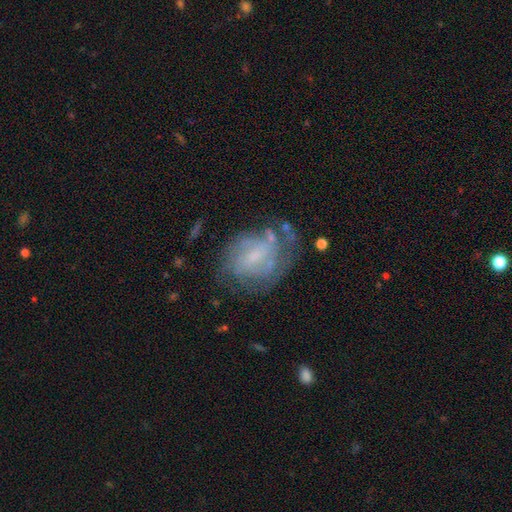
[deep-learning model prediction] Smooth or featured: featured or disk — 69% (smooth — 22%)
Edge-on disk: no — 97% (yes — 3%)
Bar: weak — 48% (no — 42%)
Spiral arms: yes — 77% (no — 23%)
Spiral winding: tight — 50% (medium — 35%)
Spiral arm count: can't tell — 51% (2 — 23%)
Bulge size: small — 55% (moderate — 25%)
Merging: none — 53% (minor disturbance — 24%)